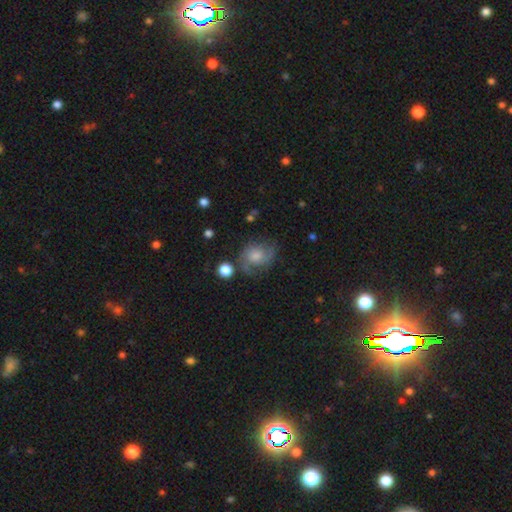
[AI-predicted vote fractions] Morphology: type=featured or disk (58%); edge-on=no (97%); bar=no (71%); spiral arms=yes (89%); winding=medium (48%); arm count=2 (71%); bulge=moderate (46%); merging=none (66%).